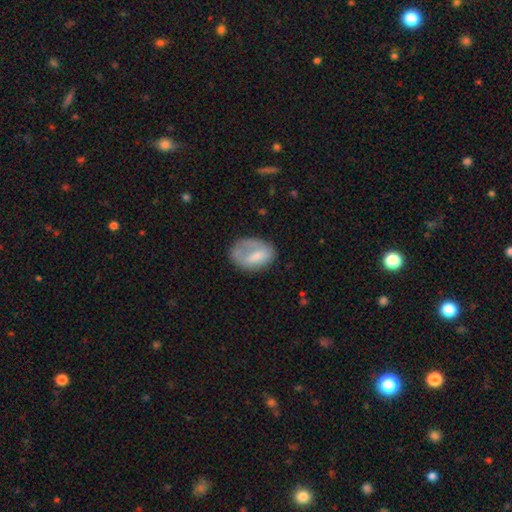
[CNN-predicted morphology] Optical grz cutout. It shows a smooth galaxy with no disk features (63%) that is in between round and cigar-shaped (81%). Merging: none (42%).